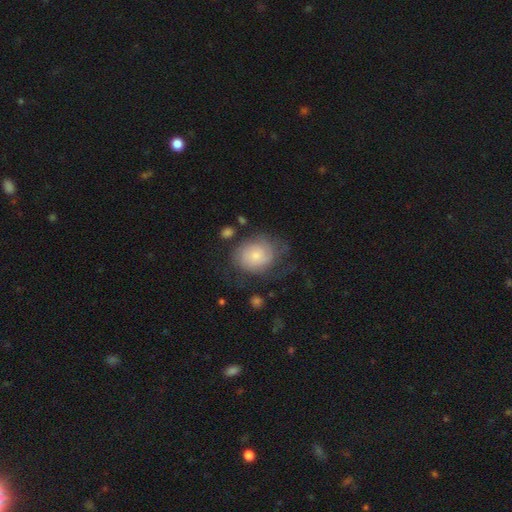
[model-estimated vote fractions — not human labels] Smooth or featured?
  - smooth: 48% *
  - featured or disk: 45%
  - star or artifact: 8%
Merging?
  - none: 53% *
  - minor disturbance: 24%
  - major disturbance: 21%
  - merger: 3%